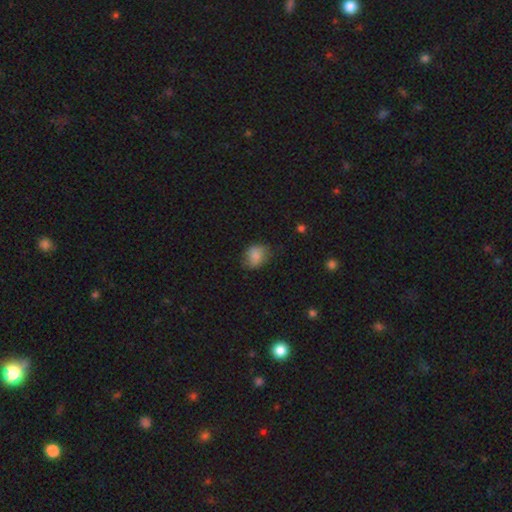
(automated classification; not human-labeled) smooth-or-featured: smooth: 81% | featured or disk: 10% | star or artifact: 9%
  how-rounded: in between: 54% | round: 45% | cigar-shaped: 1%
  merging: none: 62% | minor disturbance: 29% | major disturbance: 8% | merger: 1%